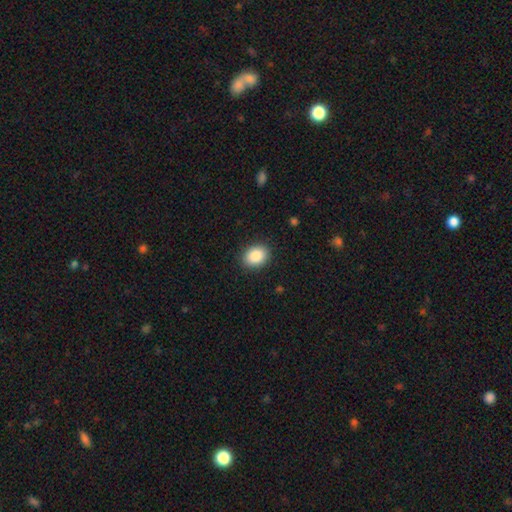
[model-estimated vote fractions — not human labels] This appears to be a smooth galaxy with no disk features (89%) that is in between round and cigar-shaped (62%). Merging: none (89%).